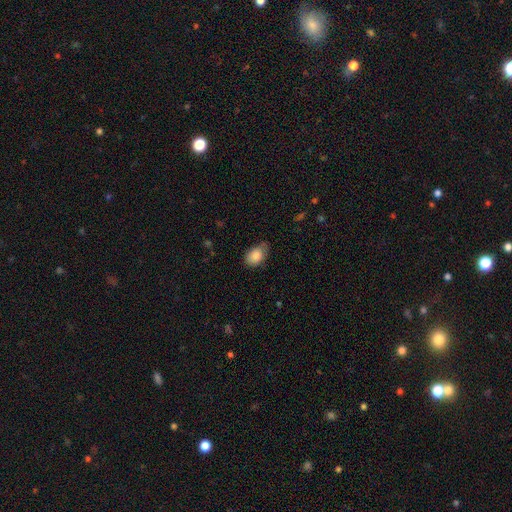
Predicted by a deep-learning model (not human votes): This appears to be a smooth galaxy with no disk features (86%) that is in between round and cigar-shaped (82%). Merging: none (60%).